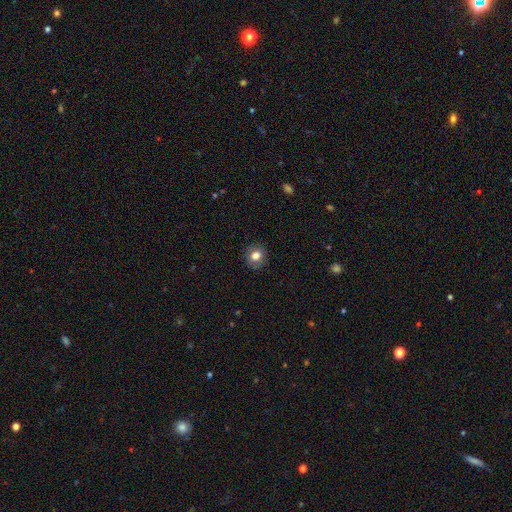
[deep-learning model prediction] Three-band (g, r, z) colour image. It shows a smooth galaxy with no disk features (79%) that is round (79%). Merging: none (87%).